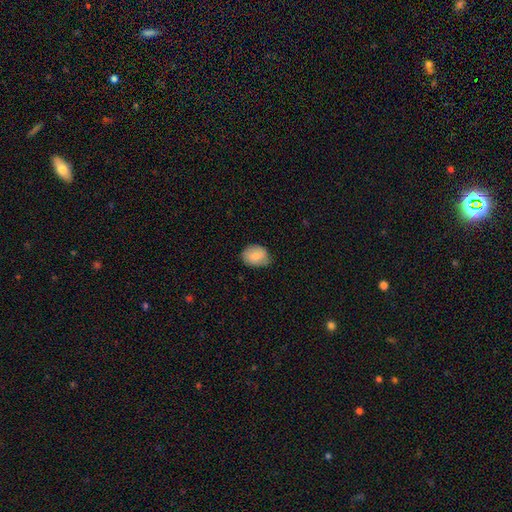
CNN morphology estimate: A smooth galaxy with no disk features (83%) that is in between round and cigar-shaped (60%).

Vote fractions:
- Smooth or featured? smooth: 83% / featured or disk: 10% / star or artifact: 7%
- How rounded? in between: 60% / round: 39% / cigar-shaped: 1%
- Merging? none: 67% / minor disturbance: 28% / major disturbance: 4% / merger: 1%